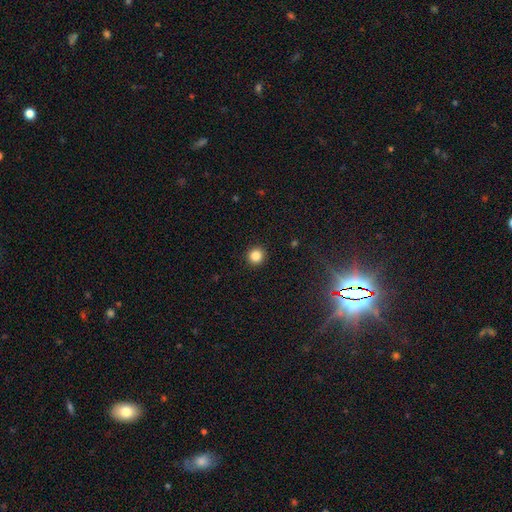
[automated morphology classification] A smooth galaxy with no disk features (85%) that is round (94%).

Vote fractions:
- Smooth or featured? smooth: 85% / star or artifact: 11% / featured or disk: 4%
- How rounded? round: 94% / in between: 5% / cigar-shaped: 1%
- Merging? none: 93% / minor disturbance: 5% / major disturbance: 2% / merger: 1%